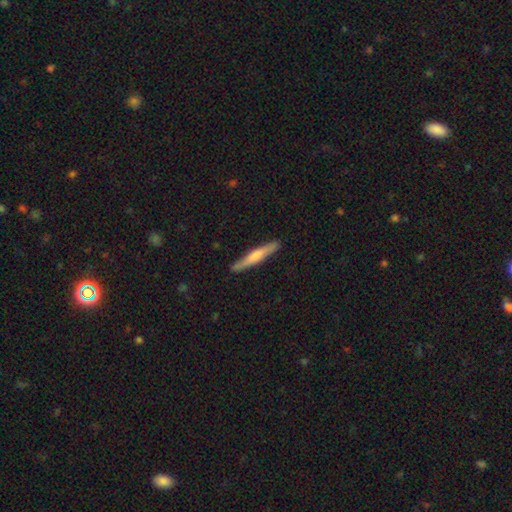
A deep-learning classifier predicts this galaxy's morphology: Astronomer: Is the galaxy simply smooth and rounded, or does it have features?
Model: smooth — 49% (runner-up: featured or disk, 45%).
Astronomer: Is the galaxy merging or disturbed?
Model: none — 89%.